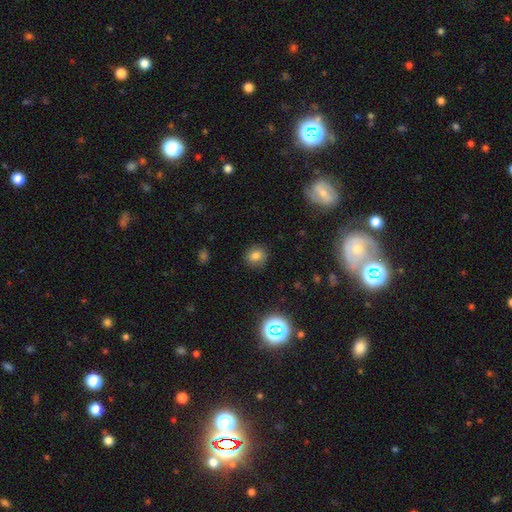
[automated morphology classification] Smooth or featured? smooth (78%)
How rounded? round (77%)
Merging? none (86%)